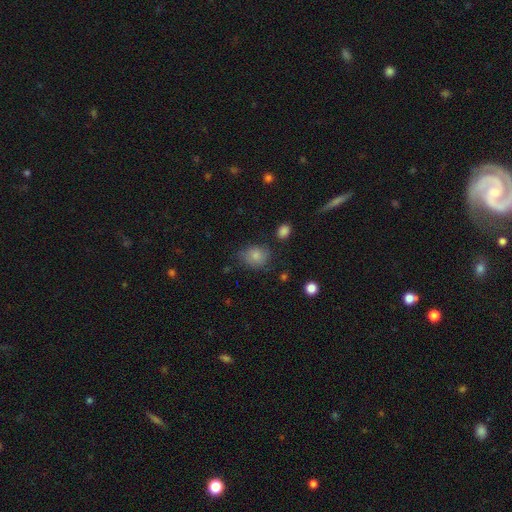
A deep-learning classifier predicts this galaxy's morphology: Smooth or featured: smooth — 82% (star or artifact — 10%)
How rounded: round — 58% (in between — 41%)
Merging: none — 65% (minor disturbance — 24%)